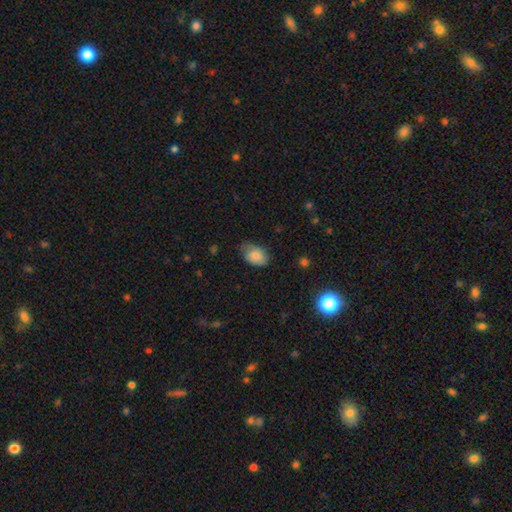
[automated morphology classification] This appears to be a smooth galaxy with no disk features (84%) that is in between round and cigar-shaped (84%). Merging: none (62%).